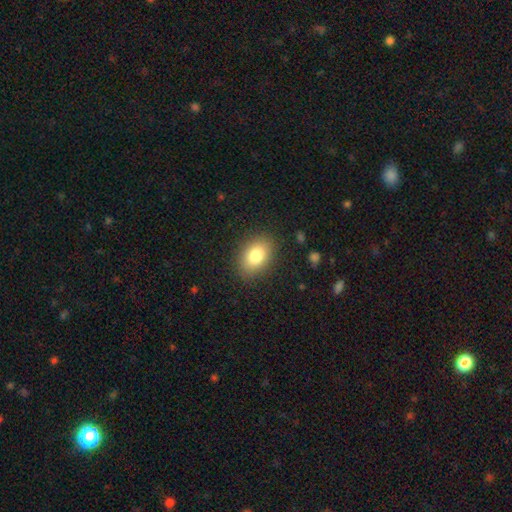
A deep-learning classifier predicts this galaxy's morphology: type=smooth (82%); roundness=in between (84%); merging=none (87%).